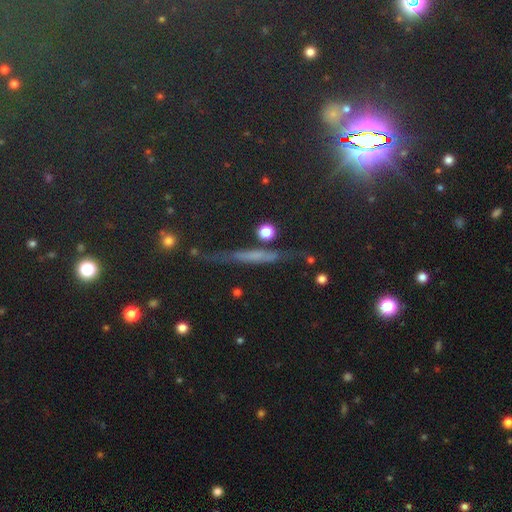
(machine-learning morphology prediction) This appears to be a featured or disk galaxy (37%). Merging: none (75%).